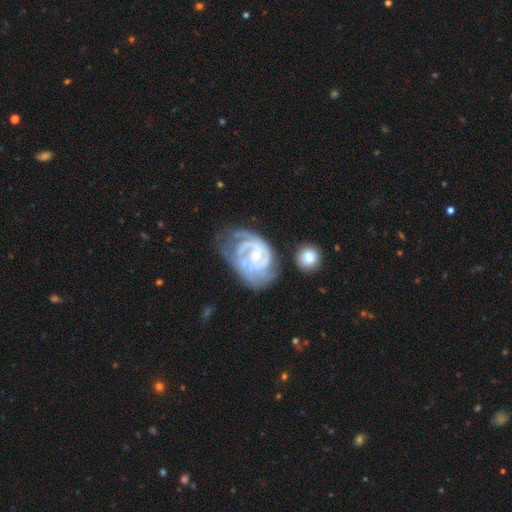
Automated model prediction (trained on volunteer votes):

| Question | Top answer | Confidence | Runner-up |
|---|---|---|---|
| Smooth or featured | featured or disk | 87% | smooth (7%) |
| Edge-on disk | no | 98% | yes (2%) |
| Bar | no | 58% | weak (34%) |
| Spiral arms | yes | 96% | no (4%) |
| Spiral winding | tight | 62% | medium (31%) |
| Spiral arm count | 2 | 34% | 3 (25%) |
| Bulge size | small | 63% | moderate (31%) |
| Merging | none | 49% | minor disturbance (27%) |